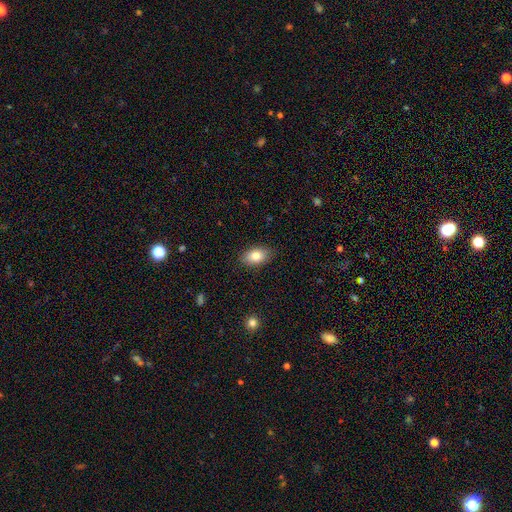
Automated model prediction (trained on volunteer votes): Q: Smooth or featured?
A: smooth (82%); runner-up: featured or disk (11%)
Q: How rounded?
A: in between (88%); runner-up: round (10%)
Q: Merging?
A: none (87%); runner-up: minor disturbance (10%)